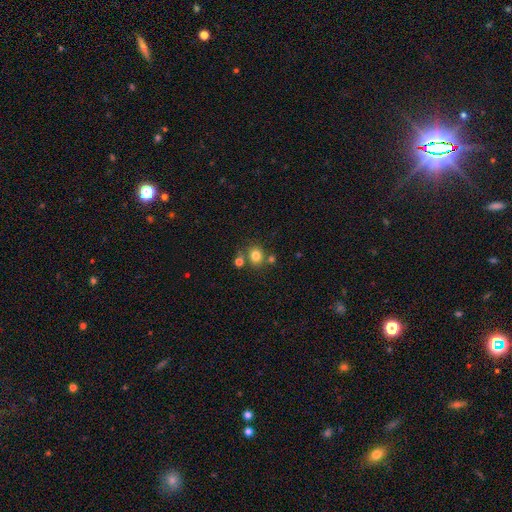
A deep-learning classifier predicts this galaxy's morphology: smooth_or_featured: smooth (p=0.80) [alt: star or artifact p=0.13]
how_rounded: round (p=0.75) [alt: in between p=0.24]
merging: none (p=0.69) [alt: merger p=0.17]